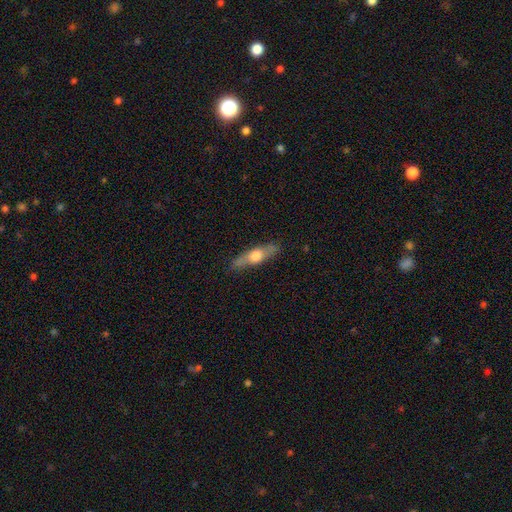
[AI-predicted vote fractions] Smooth or featured? featured or disk (50%)
Merging? none (83%)